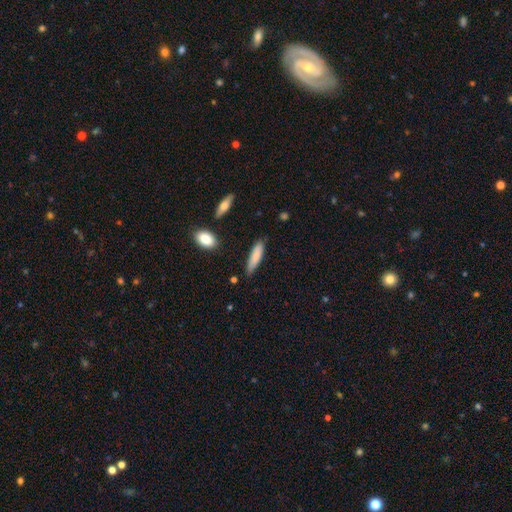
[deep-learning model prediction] The model was most divided on "how rounded": cigar-shaped: 71%, in between: 28%, round: 1%. More confident: smooth or featured — smooth (81%); merging — none (78%).